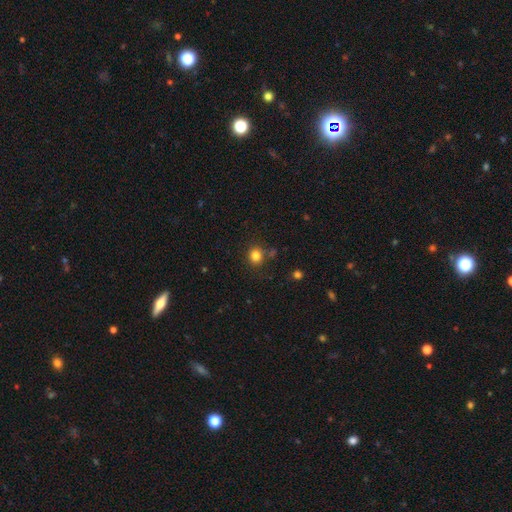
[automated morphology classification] This appears to be a smooth galaxy with no disk features (82%) that is round (87%). Merging: none (80%).